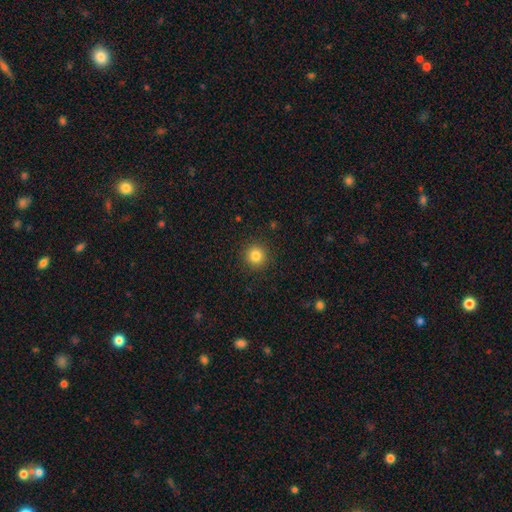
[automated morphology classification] type=smooth (84%); roundness=round (94%); merging=none (92%).